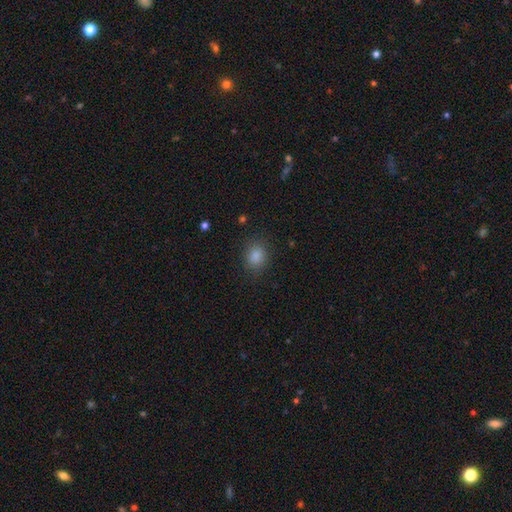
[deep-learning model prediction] smooth 81%, star or artifact 14%, featured or disk 5%. Down the decision tree: how rounded — round (68%); merging — none (86%).